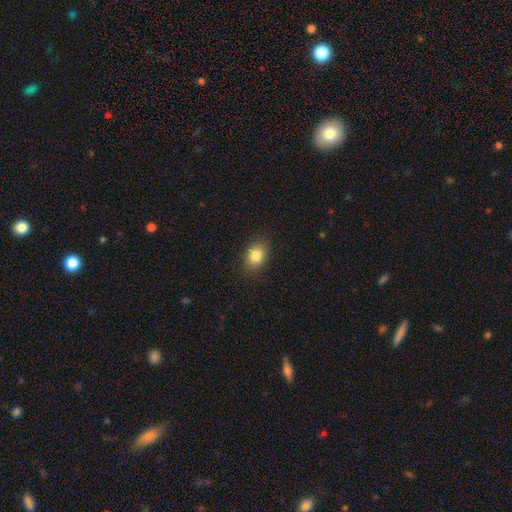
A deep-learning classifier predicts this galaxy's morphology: This is clearly a smooth galaxy (84%). How rounded: likely in between (70%). Merging: clearly none (86%).